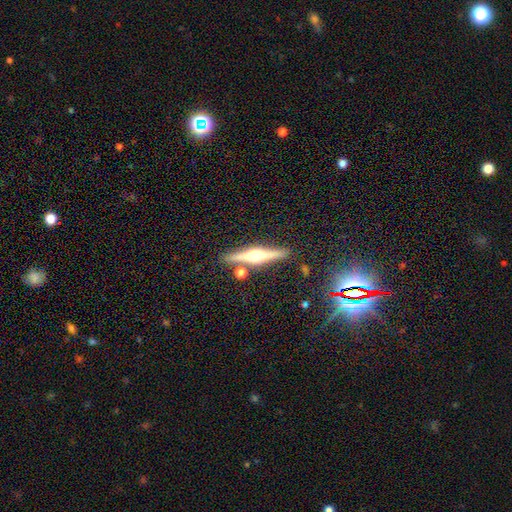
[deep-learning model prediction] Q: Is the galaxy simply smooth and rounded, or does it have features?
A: featured or disk — 77%.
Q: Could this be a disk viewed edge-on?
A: yes — 98%.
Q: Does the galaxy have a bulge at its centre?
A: rounded — 93%.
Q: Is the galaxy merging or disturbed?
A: none — 85%.